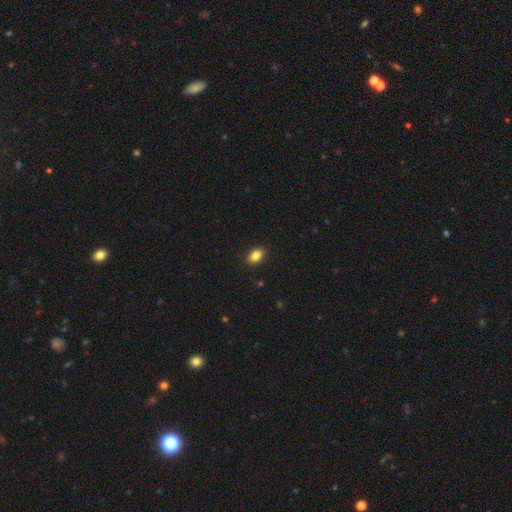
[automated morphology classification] A smooth galaxy with no disk features (86%) that is in between round and cigar-shaped (81%).

Vote fractions:
- Smooth or featured? smooth: 86% / star or artifact: 9% / featured or disk: 5%
- How rounded? in between: 81% / round: 18% / cigar-shaped: 1%
- Merging? none: 90% / minor disturbance: 7% / major disturbance: 2% / merger: 1%